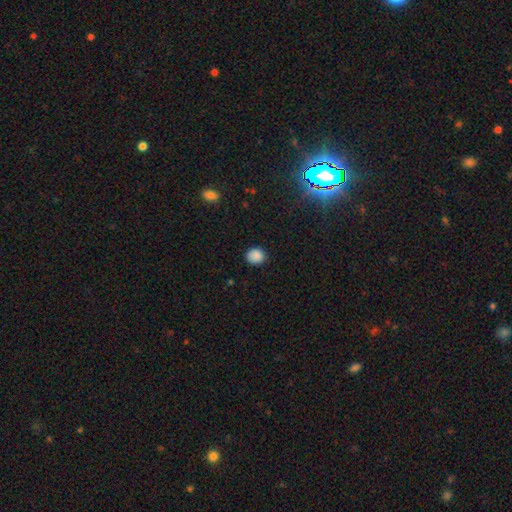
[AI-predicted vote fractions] smooth_or_featured: smooth (p=0.87) [alt: star or artifact p=0.10]
how_rounded: round (p=0.74) [alt: in between p=0.25]
merging: none (p=0.86) [alt: minor disturbance p=0.10]